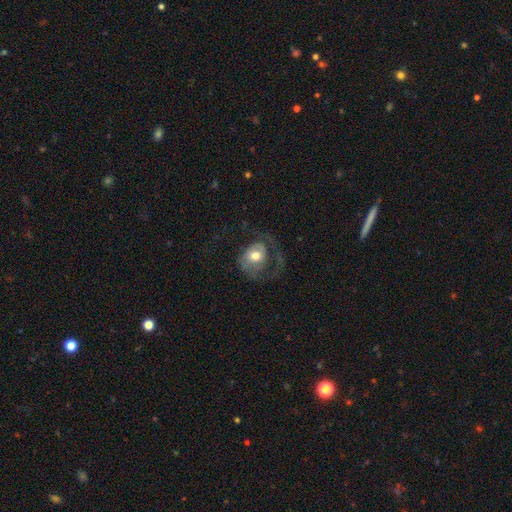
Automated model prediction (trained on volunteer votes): smooth 47%, featured or disk 46%, star or artifact 8%. Down the decision tree: merging — major disturbance (52%).